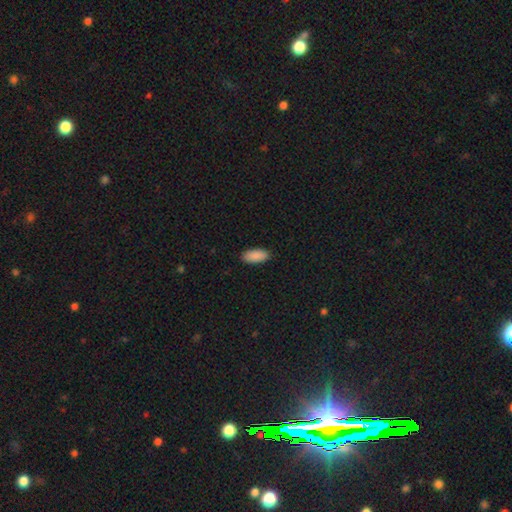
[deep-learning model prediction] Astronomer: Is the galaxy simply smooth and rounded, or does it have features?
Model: smooth — 91%.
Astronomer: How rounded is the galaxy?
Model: in between — 90%.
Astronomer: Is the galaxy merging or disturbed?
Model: none — 90%.